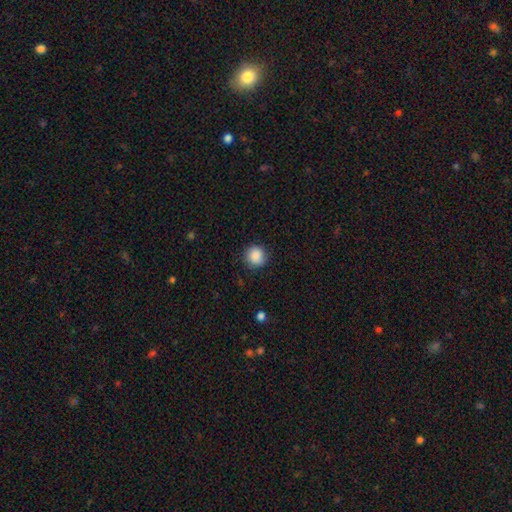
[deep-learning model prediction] Morphology: type=smooth (88%); roundness=round (91%); merging=none (86%).